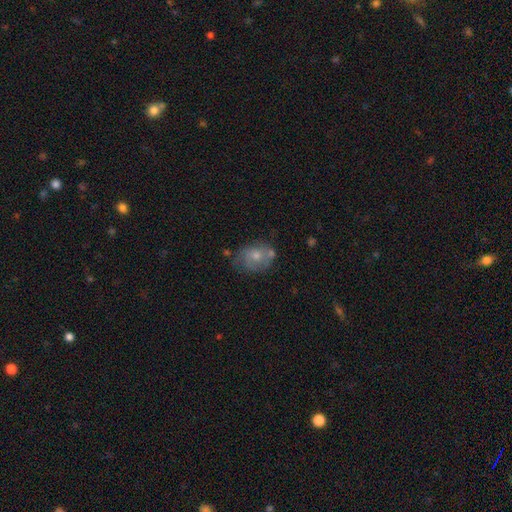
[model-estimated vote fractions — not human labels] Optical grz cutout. It shows a featured or disk galaxy (49%). Merging: none (62%).